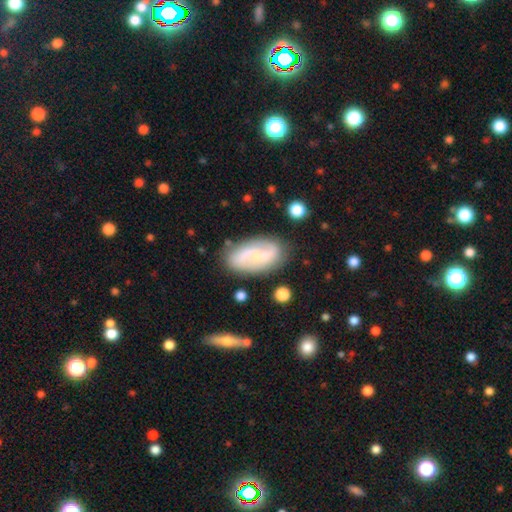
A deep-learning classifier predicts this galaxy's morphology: A featured or disk galaxy (79%) with no bar (43%), 2 (91%) loose (53%) spiral arms (93%) and a small central bulge (59%). Merging: none (83%).